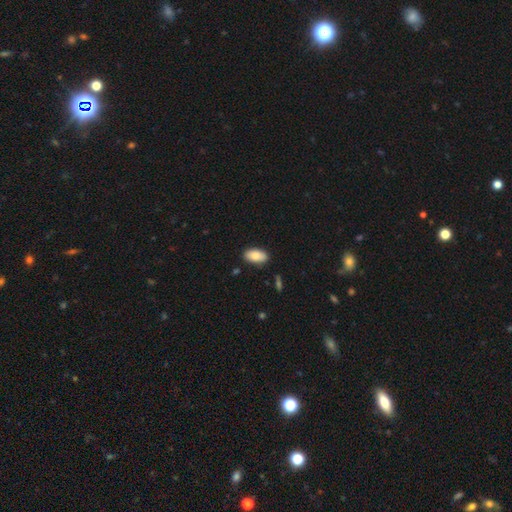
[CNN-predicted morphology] type=smooth (82%); roundness=in between (93%); merging=none (86%).